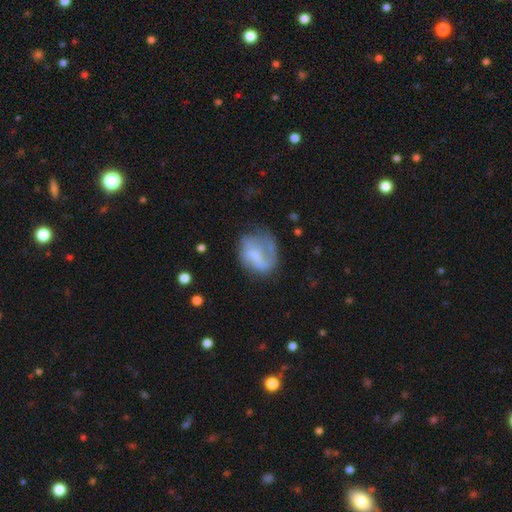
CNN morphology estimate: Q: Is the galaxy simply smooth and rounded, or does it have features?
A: featured or disk — 49%.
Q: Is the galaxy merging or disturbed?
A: none — 45%.